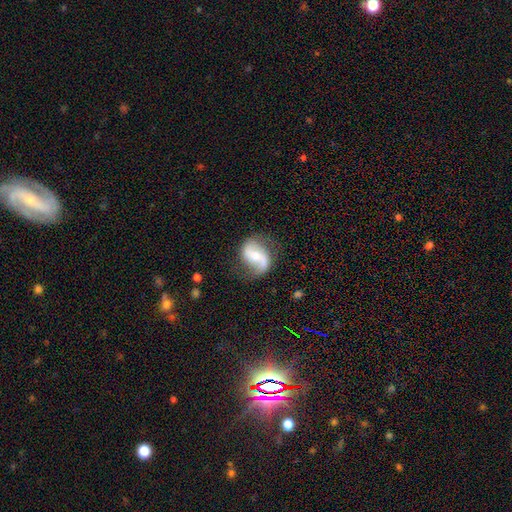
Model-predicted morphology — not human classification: Q: Smooth or featured?
A: featured or disk (80%); runner-up: smooth (15%)
Q: Edge-on disk?
A: no (97%); runner-up: yes (3%)
Q: Bar?
A: no (40%); runner-up: weak (37%)
Q: Spiral arms?
A: yes (93%); runner-up: no (7%)
Q: Spiral winding?
A: loose (61%); runner-up: medium (31%)
Q: Spiral arm count?
A: 2 (86%); runner-up: 1 (8%)
Q: Bulge size?
A: moderate (55%); runner-up: small (37%)
Q: Merging?
A: none (70%); runner-up: minor disturbance (19%)